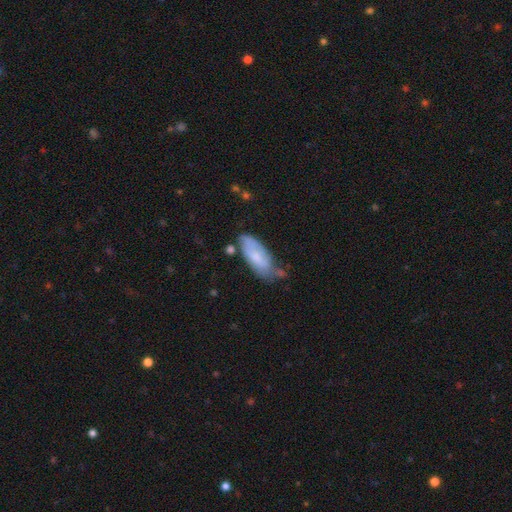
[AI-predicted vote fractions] smooth 63%, featured or disk 30%, star or artifact 7%. Down the decision tree: how rounded — in between (79%); merging — none (52%).